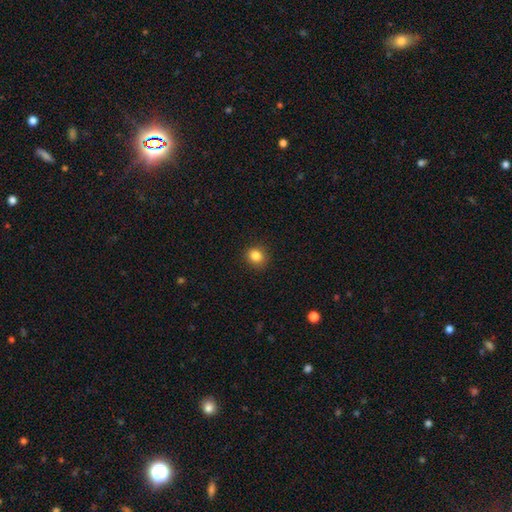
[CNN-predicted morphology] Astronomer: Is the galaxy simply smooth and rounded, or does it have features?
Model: smooth — 85%.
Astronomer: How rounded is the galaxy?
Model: round — 82%.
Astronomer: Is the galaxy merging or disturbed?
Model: none — 90%.